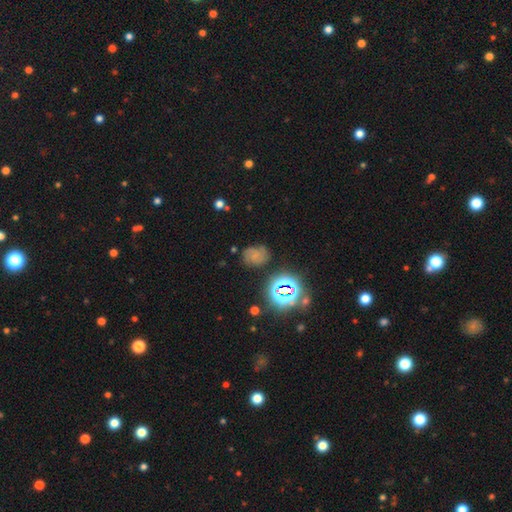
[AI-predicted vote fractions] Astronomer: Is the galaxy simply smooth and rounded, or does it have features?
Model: featured or disk — 39% (runner-up: smooth, 35%).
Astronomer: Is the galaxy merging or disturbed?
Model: none — 65%.